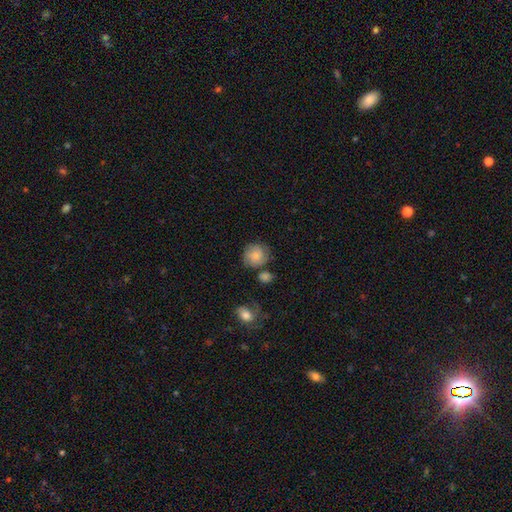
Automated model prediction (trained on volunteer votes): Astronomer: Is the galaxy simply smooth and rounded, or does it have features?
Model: smooth — 70%.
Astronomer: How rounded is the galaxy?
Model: round — 86%.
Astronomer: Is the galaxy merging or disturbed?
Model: none — 67%.